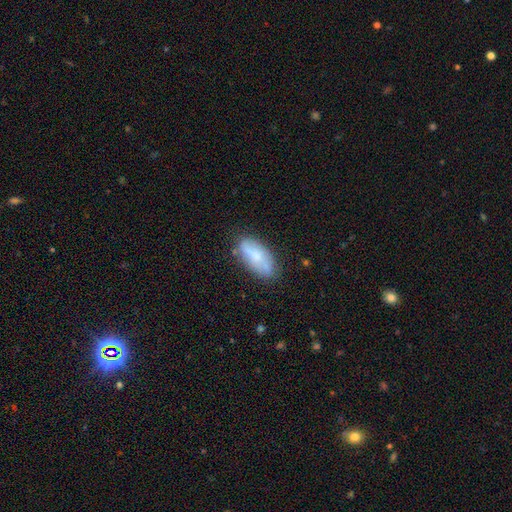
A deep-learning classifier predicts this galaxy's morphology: Overall: smooth (67%). How rounded: in between (86%). Merging: none (70%).